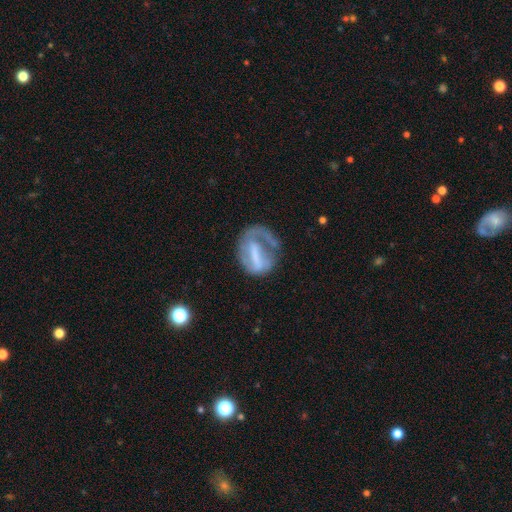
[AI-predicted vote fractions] A featured or disk galaxy (63%) with a strong bar (49%), spiral arms (56%) and no central bulge (49%).

Vote fractions:
- Smooth or featured? featured or disk: 63% / smooth: 29% / star or artifact: 8%
- Edge-on disk? no: 96% / yes: 4%
- Bar? strong: 49% / weak: 30% / no: 21%
- Spiral arms? yes: 56% / no: 44%
- Bulge size? none: 49% / small: 21% / moderate: 20% / large: 8% / dominant: 2%
- Merging? none: 37% / major disturbance: 36% / minor disturbance: 22% / merger: 5%